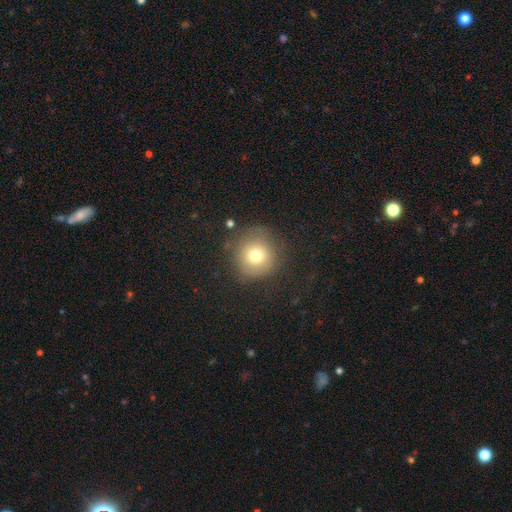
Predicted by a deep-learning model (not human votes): A smooth galaxy with no disk features (74%) that is round (92%).

Vote fractions:
- Smooth or featured? smooth: 74% / featured or disk: 14% / star or artifact: 12%
- How rounded? round: 92% / in between: 7% / cigar-shaped: 1%
- Merging? none: 75% / minor disturbance: 15% / major disturbance: 8% / merger: 2%